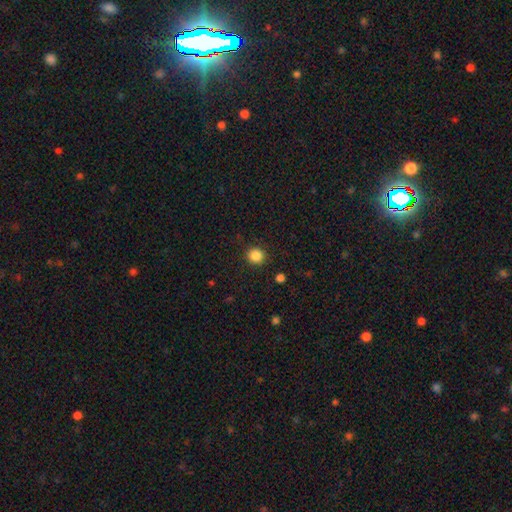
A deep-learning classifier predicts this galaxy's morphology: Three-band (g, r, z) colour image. It shows a smooth galaxy with no disk features (85%) that is round (90%). Merging: none (90%).